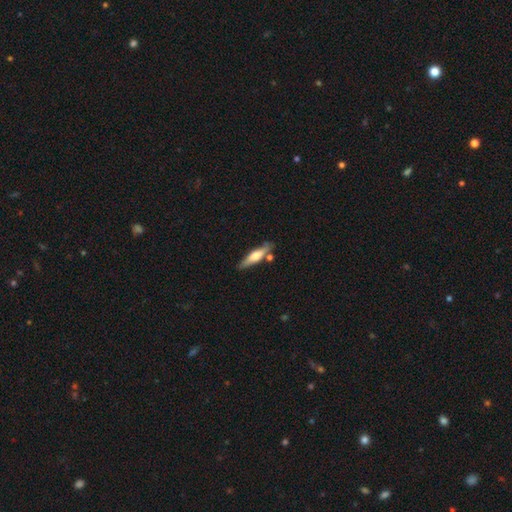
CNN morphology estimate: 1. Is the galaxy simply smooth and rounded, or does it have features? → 49% smooth, 45% featured or disk, 6% star or artifact.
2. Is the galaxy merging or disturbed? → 76% none, 14% minor disturbance, 7% merger, 3% major disturbance.